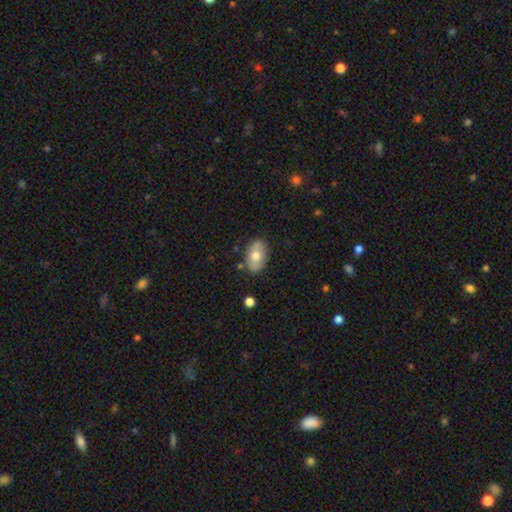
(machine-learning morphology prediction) The model was most divided on "smooth or featured": smooth: 67%, featured or disk: 26%, star or artifact: 7%. More confident: how rounded — in between (88%); merging — none (80%).